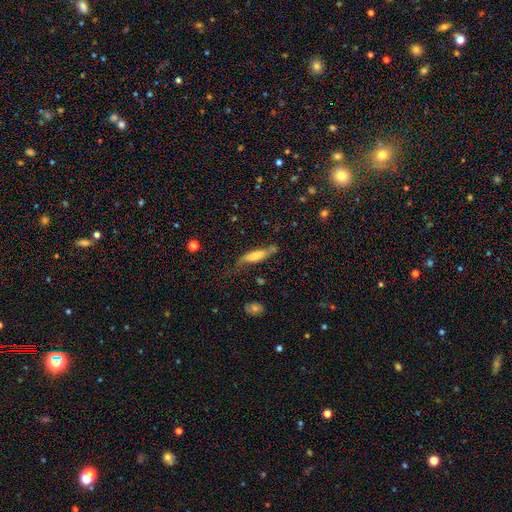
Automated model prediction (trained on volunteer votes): This appears to be a smooth galaxy with no disk features (52%) that is cigar-shaped (61%). Merging: none (51%).